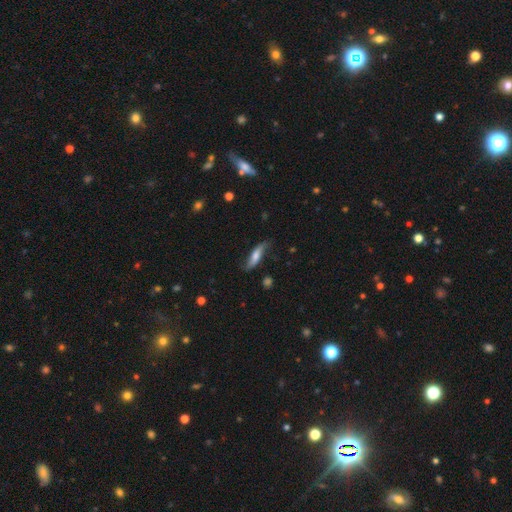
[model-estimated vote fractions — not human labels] This appears to be a featured or disk galaxy (47%). Merging: none (67%).